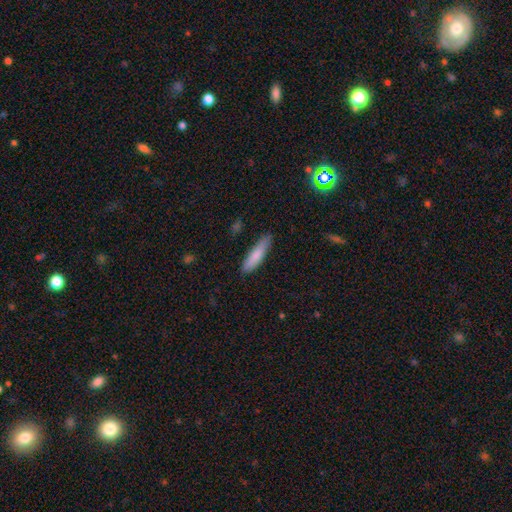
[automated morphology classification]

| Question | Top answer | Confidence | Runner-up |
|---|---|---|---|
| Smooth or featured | smooth | 80% | featured or disk (14%) |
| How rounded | cigar-shaped | 77% | in between (22%) |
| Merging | none | 78% | minor disturbance (17%) |